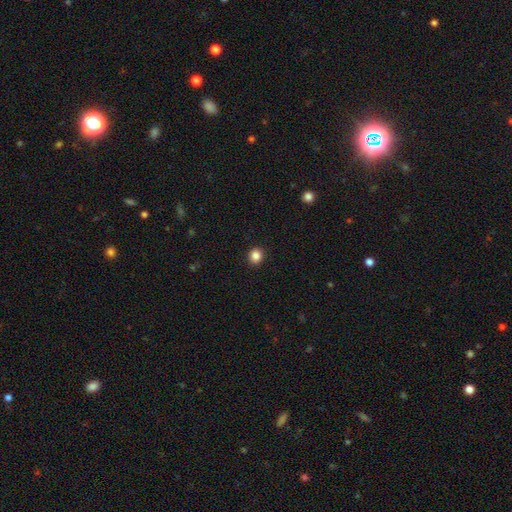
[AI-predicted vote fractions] Smooth or featured?
  - smooth: 86% *
  - star or artifact: 11%
  - featured or disk: 4%
How rounded?
  - round: 85% *
  - in between: 14%
  - cigar-shaped: 1%
Merging?
  - none: 93% *
  - minor disturbance: 5%
  - major disturbance: 2%
  - merger: 1%